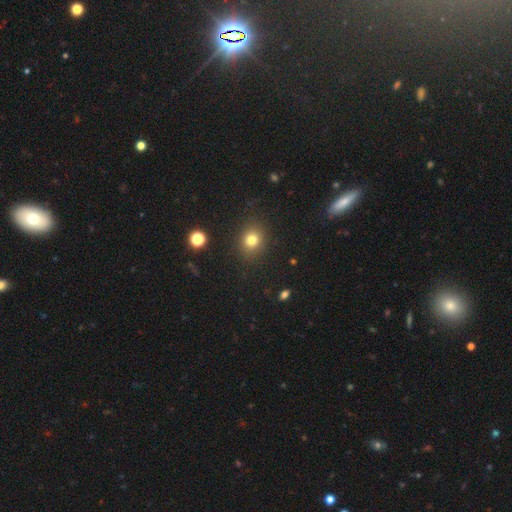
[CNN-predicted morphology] smooth_or_featured: smooth (p=0.58) [alt: star or artifact p=0.34]
how_rounded: round (p=0.81) [alt: in between p=0.16]
merging: none (p=0.88) [alt: minor disturbance p=0.07]